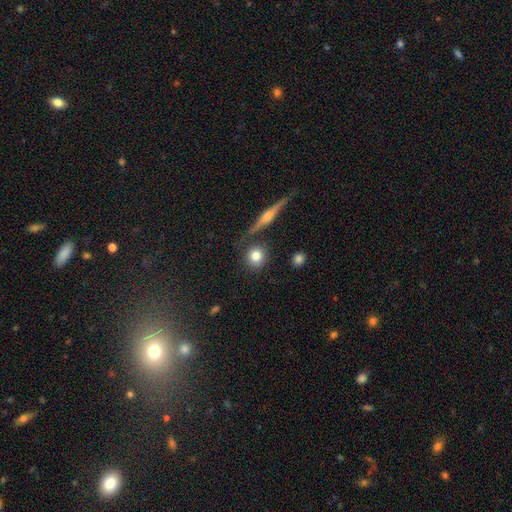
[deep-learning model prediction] Smooth or featured: smooth — 78% (featured or disk — 13%)
How rounded: round — 88% (in between — 10%)
Merging: none — 81% (minor disturbance — 9%)